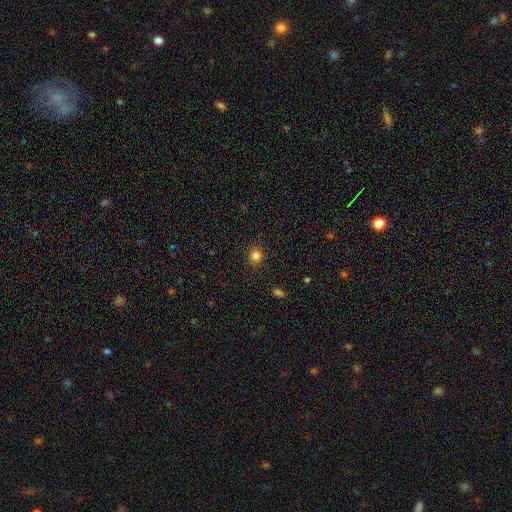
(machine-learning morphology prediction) smooth-or-featured: smooth: 82% | star or artifact: 13% | featured or disk: 5%
  how-rounded: round: 91% | in between: 8% | cigar-shaped: 1%
  merging: none: 89% | minor disturbance: 7% | major disturbance: 2% | merger: 1%